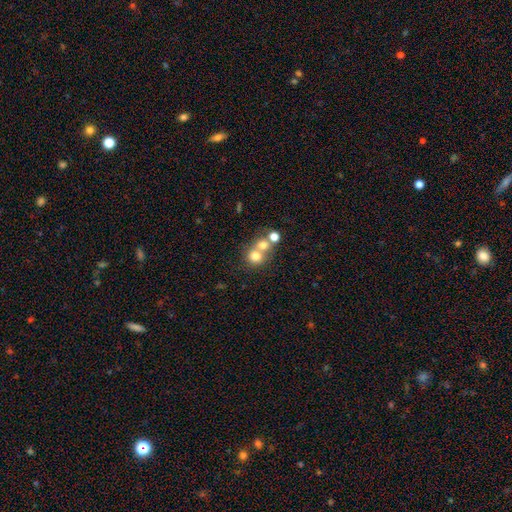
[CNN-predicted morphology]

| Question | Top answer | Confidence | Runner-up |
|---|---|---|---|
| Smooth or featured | smooth | 71% | featured or disk (15%) |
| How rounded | round | 82% | in between (17%) |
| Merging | merger | 53% | none (38%) |